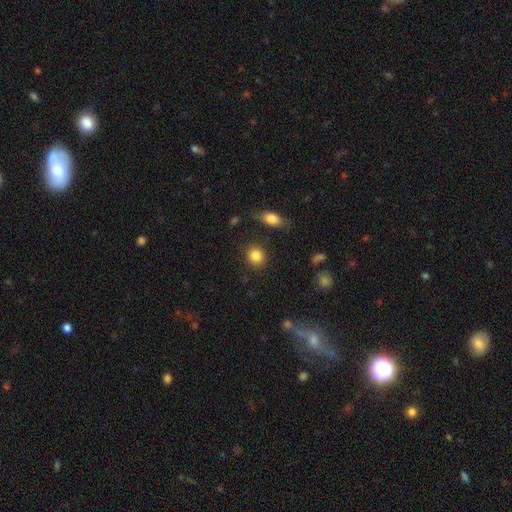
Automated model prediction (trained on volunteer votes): smooth-or-featured: smooth: 85% | star or artifact: 9% | featured or disk: 5%
  how-rounded: round: 80% | in between: 18% | cigar-shaped: 1%
  merging: none: 87% | minor disturbance: 8% | major disturbance: 3% | merger: 2%